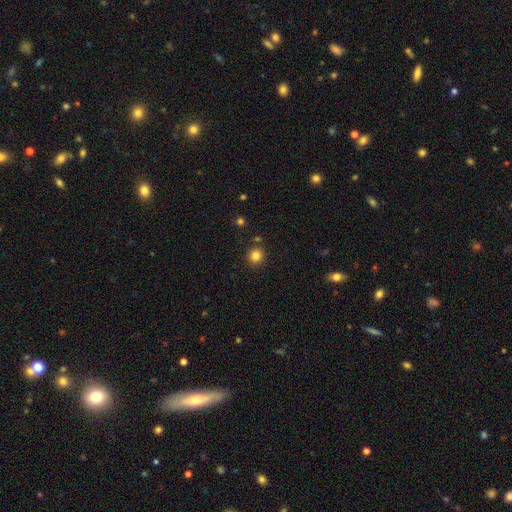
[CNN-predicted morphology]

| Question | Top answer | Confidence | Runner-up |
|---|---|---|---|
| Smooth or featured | smooth | 83% | star or artifact (13%) |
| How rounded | round | 92% | in between (7%) |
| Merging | none | 88% | minor disturbance (6%) |